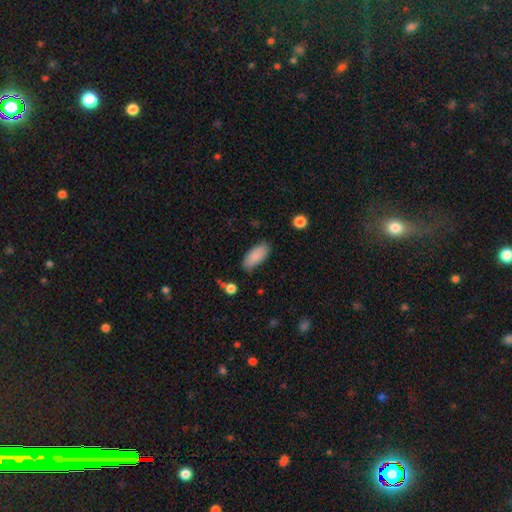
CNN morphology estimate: smooth_or_featured: smooth (p=0.87) [alt: featured or disk p=0.07]
how_rounded: in between (p=0.88) [alt: cigar-shaped p=0.10]
merging: none (p=0.78) [alt: minor disturbance p=0.17]